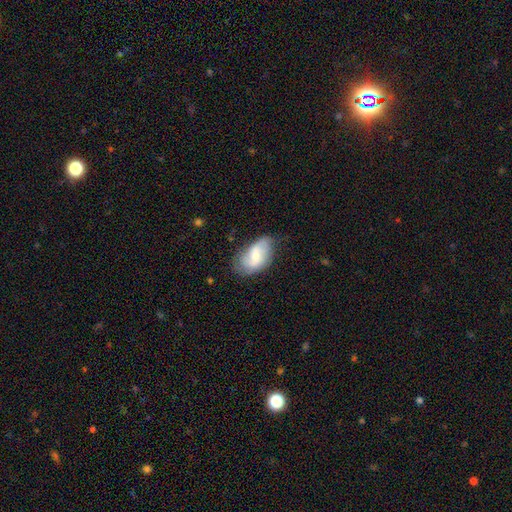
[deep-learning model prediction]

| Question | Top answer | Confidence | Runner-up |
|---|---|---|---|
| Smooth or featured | smooth | 54% | featured or disk (39%) |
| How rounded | in between | 92% | round (6%) |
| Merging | none | 53% | minor disturbance (34%) |